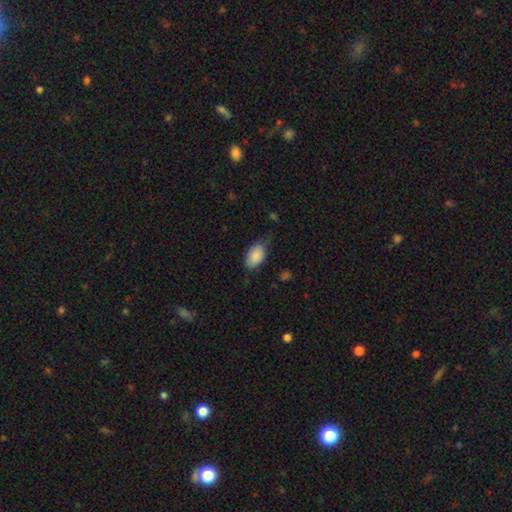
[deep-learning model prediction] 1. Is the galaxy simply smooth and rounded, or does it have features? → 88% smooth, 6% star or artifact, 6% featured or disk.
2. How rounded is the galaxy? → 93% in between, 6% round, 2% cigar-shaped.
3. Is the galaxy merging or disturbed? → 62% none, 30% minor disturbance, 7% major disturbance, 2% merger.